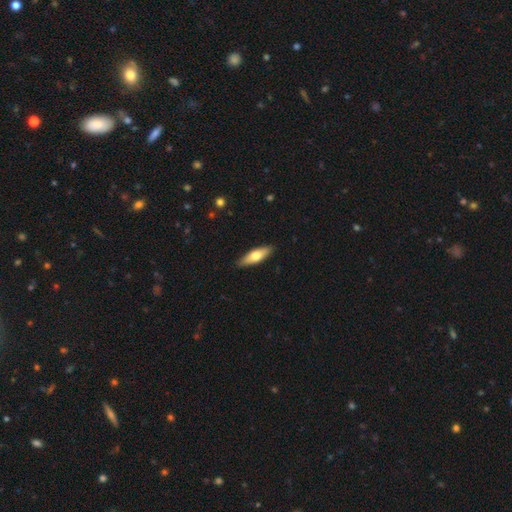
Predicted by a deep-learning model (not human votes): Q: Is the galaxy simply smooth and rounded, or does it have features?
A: smooth — 62%.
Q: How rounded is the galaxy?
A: cigar-shaped — 51%.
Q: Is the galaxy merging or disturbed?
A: none — 88%.